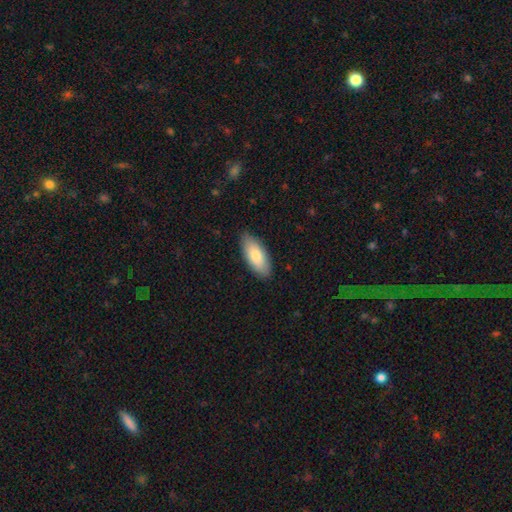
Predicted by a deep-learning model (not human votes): smooth_or_featured: smooth (p=0.81) [alt: featured or disk p=0.14]
how_rounded: in between (p=0.83) [alt: cigar-shaped p=0.15]
merging: none (p=0.86) [alt: minor disturbance p=0.11]